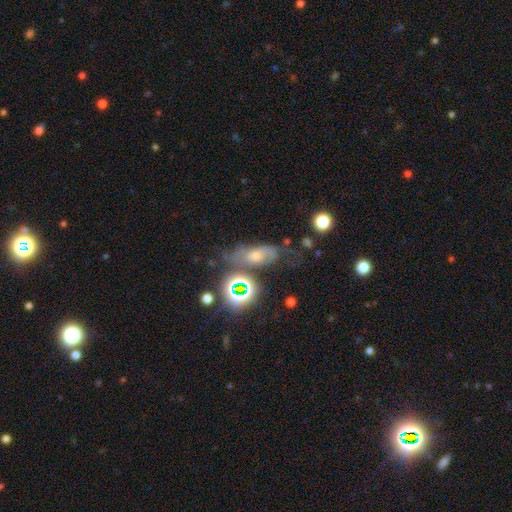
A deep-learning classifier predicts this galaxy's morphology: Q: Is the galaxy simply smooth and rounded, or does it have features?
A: featured or disk — 38%.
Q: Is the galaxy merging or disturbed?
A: none — 53%.